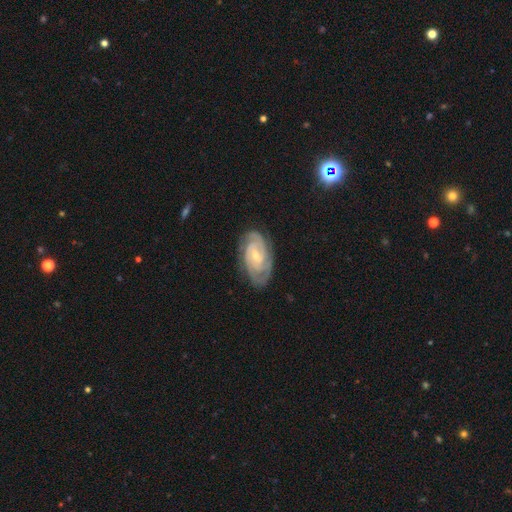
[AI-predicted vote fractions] This appears to be a featured or disk galaxy (87%) with a weak bar (46%), 2 (48%) tight (72%) spiral arms (97%) and a small central bulge (62%). Merging: none (77%).